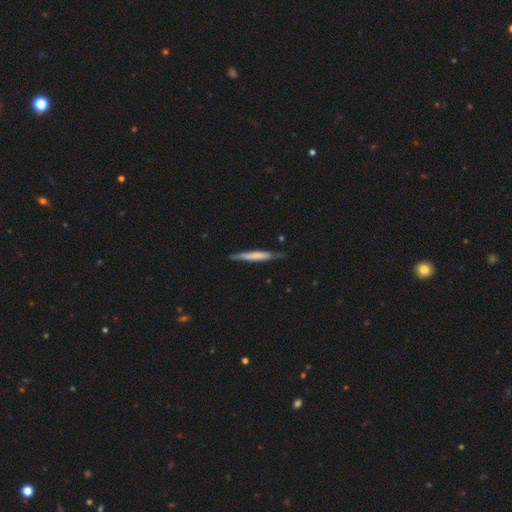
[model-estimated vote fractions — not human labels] Smooth or featured?
  - smooth: 57% *
  - featured or disk: 37%
  - star or artifact: 5%
How rounded?
  - cigar-shaped: 93% *
  - in between: 5%
  - round: 1%
Merging?
  - none: 75% *
  - minor disturbance: 20%
  - major disturbance: 4%
  - merger: 2%